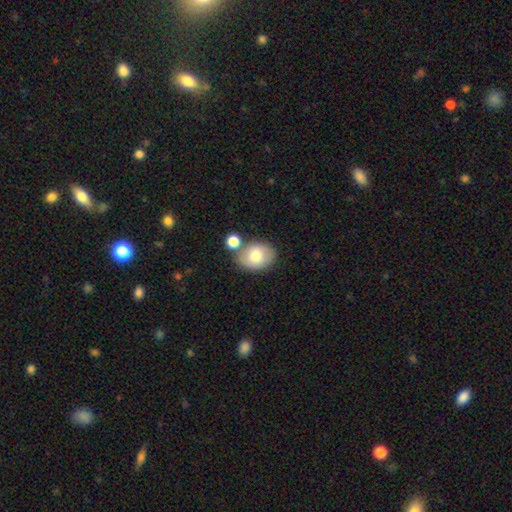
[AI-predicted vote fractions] Smooth or featured? smooth (75%)
How rounded? in between (62%)
Merging? none (64%)